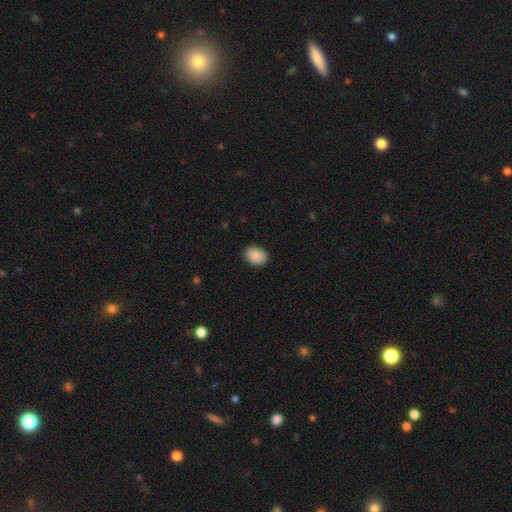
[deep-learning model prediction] Smooth or featured?
  - smooth: 89% *
  - star or artifact: 7%
  - featured or disk: 3%
How rounded?
  - in between: 67% *
  - round: 32%
  - cigar-shaped: 1%
Merging?
  - none: 87% *
  - minor disturbance: 10%
  - major disturbance: 2%
  - merger: 1%